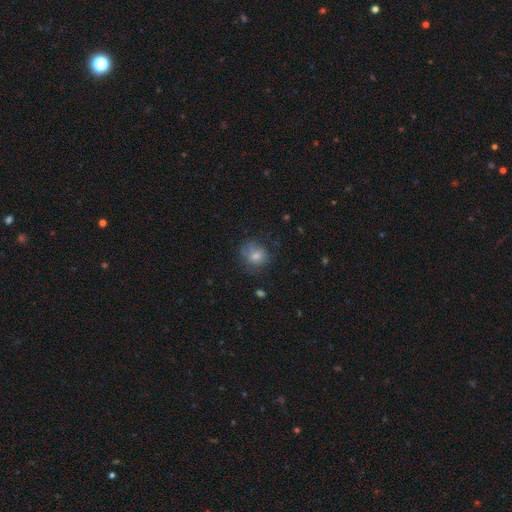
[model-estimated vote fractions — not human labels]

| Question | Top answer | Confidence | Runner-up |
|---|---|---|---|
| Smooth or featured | smooth | 73% | featured or disk (16%) |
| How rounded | round | 68% | in between (31%) |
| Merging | none | 58% | minor disturbance (25%) |